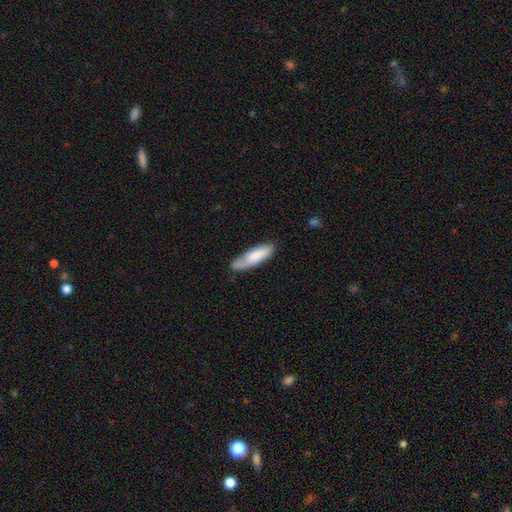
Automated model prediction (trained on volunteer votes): Smooth or featured?
  - smooth: 74% *
  - featured or disk: 20%
  - star or artifact: 5%
How rounded?
  - cigar-shaped: 57% *
  - in between: 42%
  - round: 2%
Merging?
  - none: 63% *
  - minor disturbance: 27%
  - major disturbance: 7%
  - merger: 3%